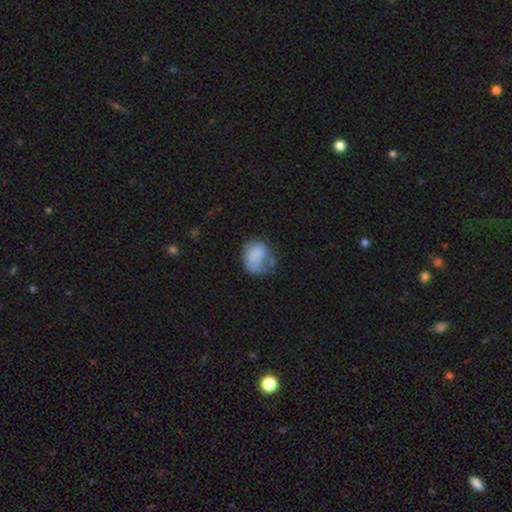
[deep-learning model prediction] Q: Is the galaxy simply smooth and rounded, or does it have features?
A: smooth — 74%.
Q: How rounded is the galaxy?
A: round — 58%.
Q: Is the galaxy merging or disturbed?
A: none — 37%.